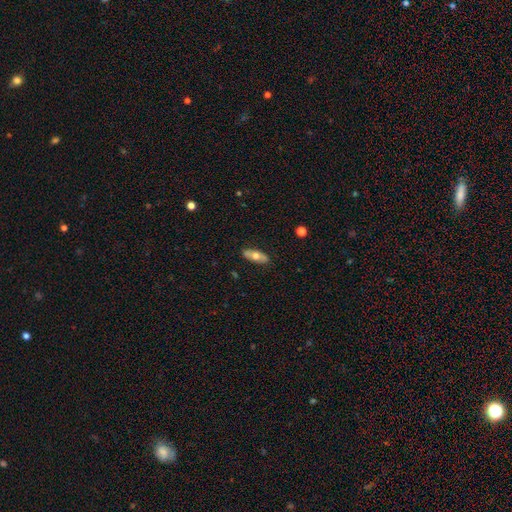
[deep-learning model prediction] The model was most divided on "smooth or featured": smooth: 57%, featured or disk: 38%, star or artifact: 6%. More confident: merging — none (86%); how rounded — in between (72%).